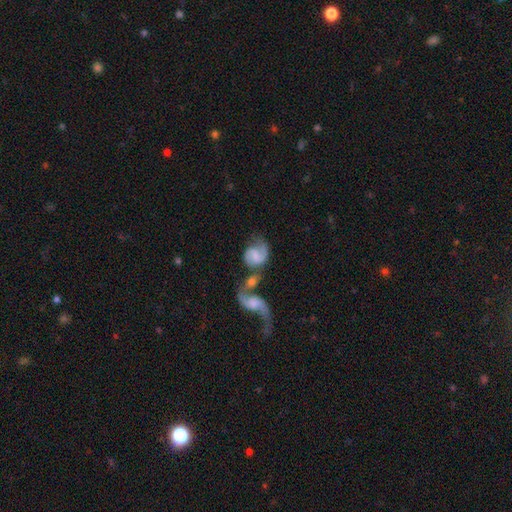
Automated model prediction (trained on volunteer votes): Morphology: type=featured or disk (73%); edge-on=no (97%); bar=weak (49%); spiral arms=yes (93%); winding=medium (44%); arm count=2 (82%); bulge=none (35%, tied with small); merging=merger (48%).